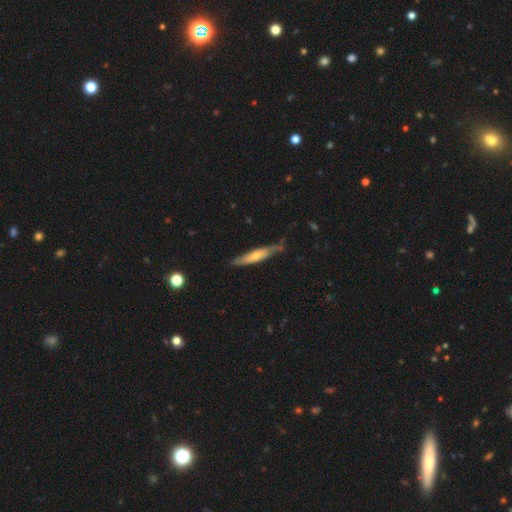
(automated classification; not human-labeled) Smooth or featured? Predicted: smooth (p=0.50). Merging? Predicted: none (p=0.71).